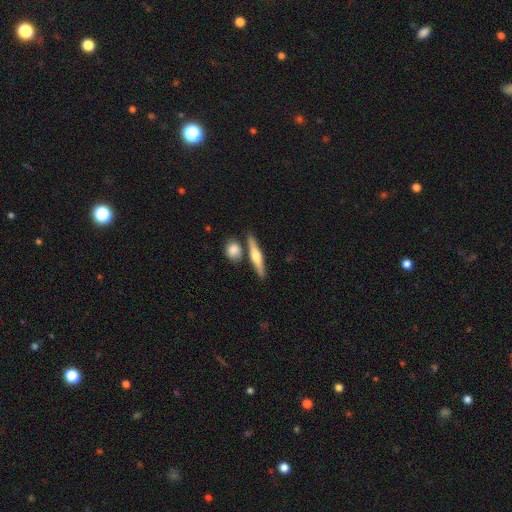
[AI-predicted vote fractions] This appears to be a featured or disk galaxy (51%) viewed edge-on (95%). Merging: none (77%).